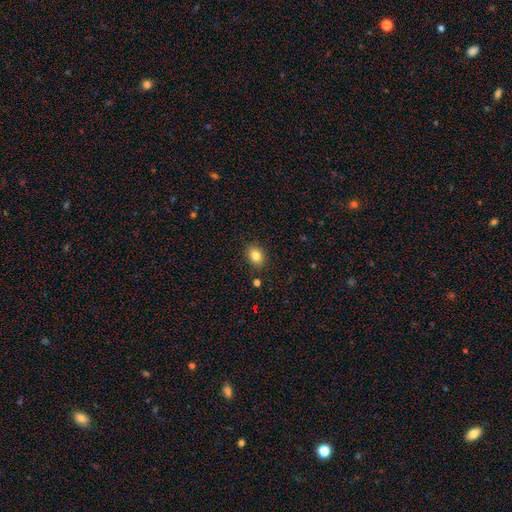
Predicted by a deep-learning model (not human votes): A smooth galaxy with no disk features (83%) that is in between round and cigar-shaped (57%).

Vote fractions:
- Smooth or featured? smooth: 83% / star or artifact: 10% / featured or disk: 7%
- How rounded? in between: 57% / round: 42% / cigar-shaped: 1%
- Merging? none: 87% / minor disturbance: 9% / major disturbance: 2% / merger: 2%